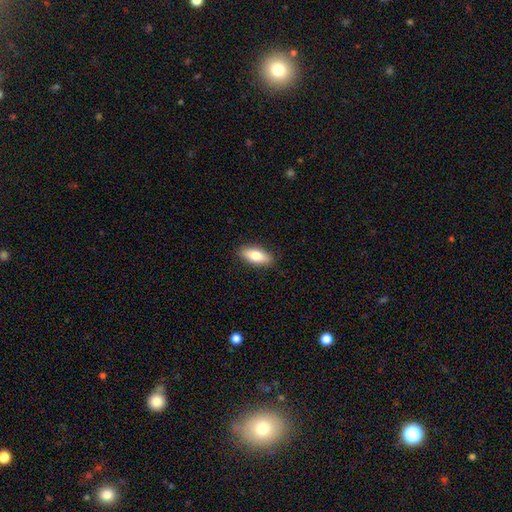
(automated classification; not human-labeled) Smooth or featured? Predicted: smooth (p=0.79). How rounded? Predicted: in between (p=0.81). Merging? Predicted: none (p=0.88).